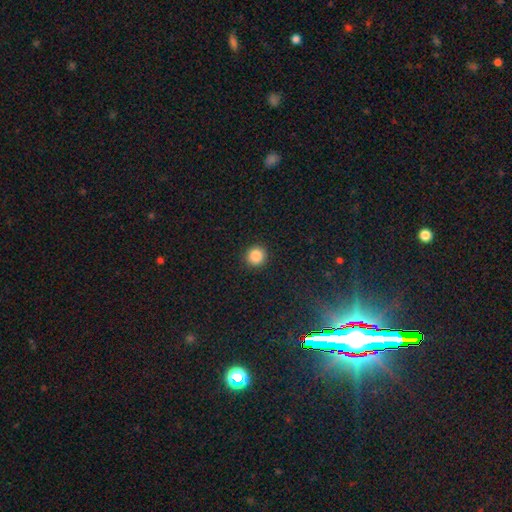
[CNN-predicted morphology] This is clearly a smooth galaxy (86%). How rounded: clearly round (92%). Merging: clearly none (92%).